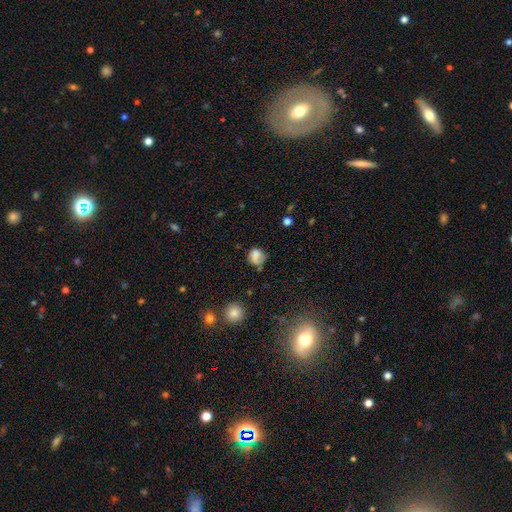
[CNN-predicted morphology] Smooth or featured?
  - smooth: 71% *
  - featured or disk: 17%
  - star or artifact: 12%
How rounded?
  - round: 69% *
  - in between: 30%
  - cigar-shaped: 1%
Merging?
  - none: 53% *
  - minor disturbance: 28%
  - major disturbance: 16%
  - merger: 4%